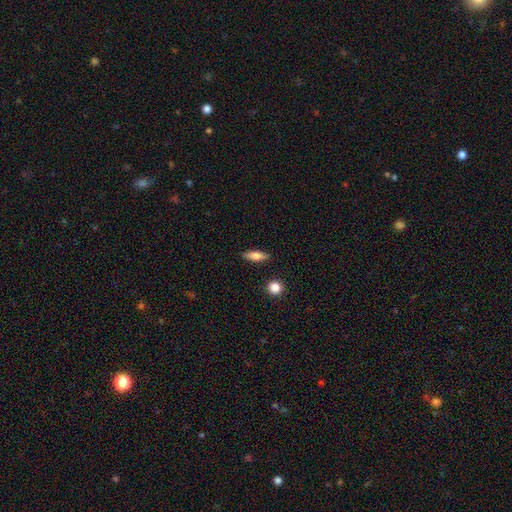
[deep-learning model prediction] Smooth or featured?
  - smooth: 67% *
  - featured or disk: 25%
  - star or artifact: 7%
How rounded?
  - cigar-shaped: 52% *
  - in between: 43%
  - round: 4%
Merging?
  - none: 88% *
  - minor disturbance: 8%
  - major disturbance: 2%
  - merger: 2%